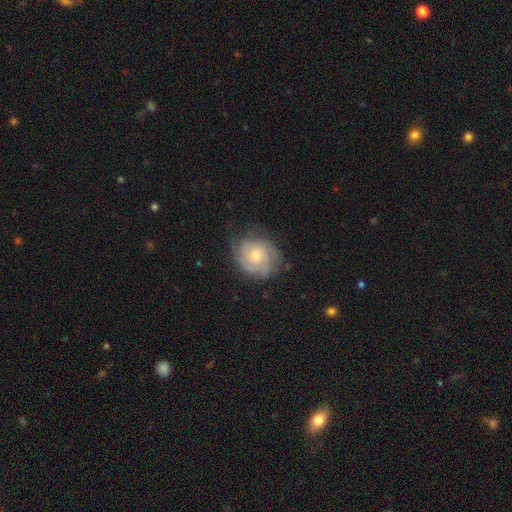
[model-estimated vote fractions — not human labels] Morphology: type=featured or disk (61%); edge-on=no (97%); bar=no (82%); spiral arms=yes (84%); bulge=small (54%); merging=none (62%).